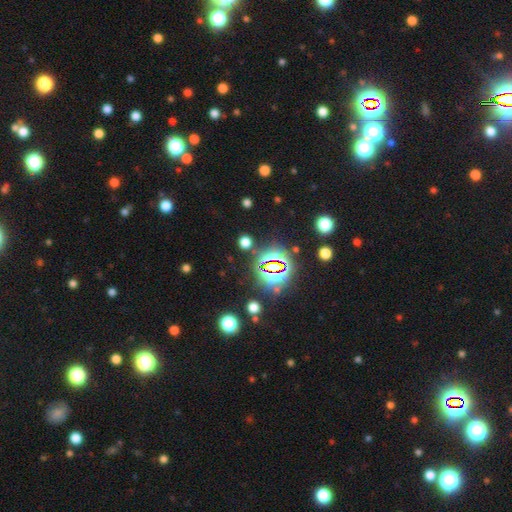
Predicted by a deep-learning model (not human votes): This appears to be a star or artifact, not a galaxy (72%).